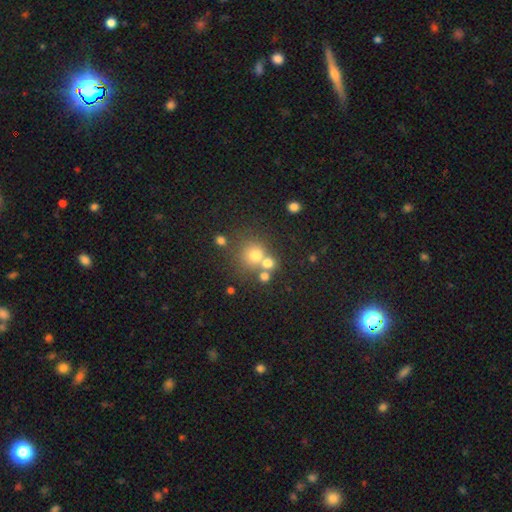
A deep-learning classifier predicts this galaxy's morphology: This is likely a smooth galaxy (68%). How rounded: clearly round (86%). Merging: possibly none (53%).